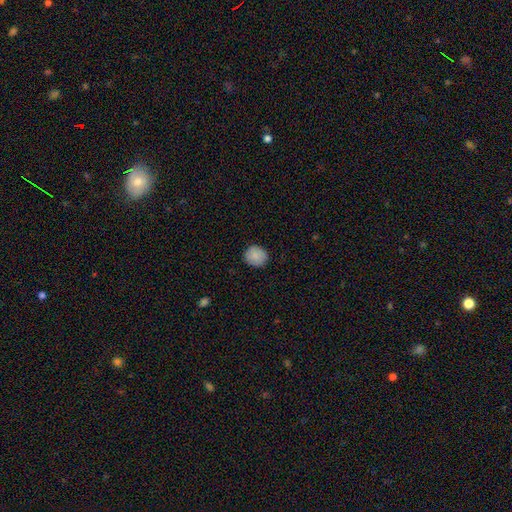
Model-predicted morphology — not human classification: Smooth or featured? Predicted: smooth (p=0.88). How rounded? Predicted: round (p=0.82). Merging? Predicted: none (p=0.87).